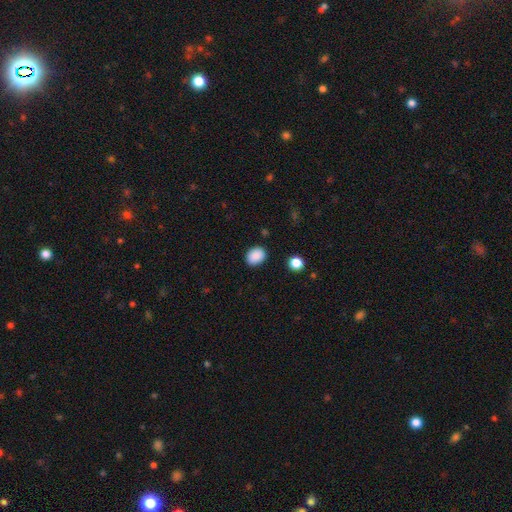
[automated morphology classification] smooth-or-featured: smooth: 89% | star or artifact: 9% | featured or disk: 3%
  how-rounded: in between: 61% | round: 38% | cigar-shaped: 1%
  merging: none: 86% | minor disturbance: 9% | major disturbance: 3% | merger: 2%